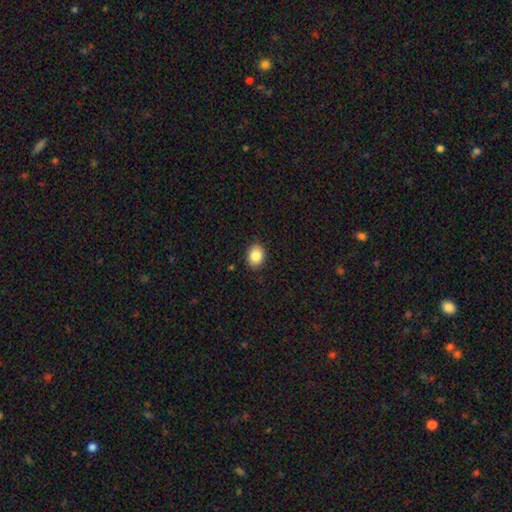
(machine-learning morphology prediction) type=smooth (86%); roundness=in between (55%); merging=none (89%).